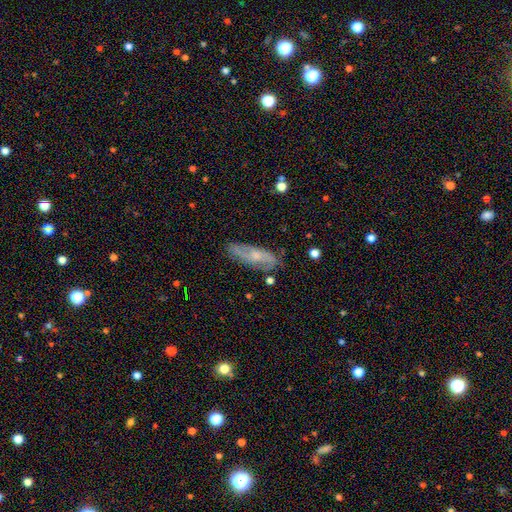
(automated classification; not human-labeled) Smooth or featured? featured or disk (61%)
Edge-on disk? no (79%)
Merging? none (75%)